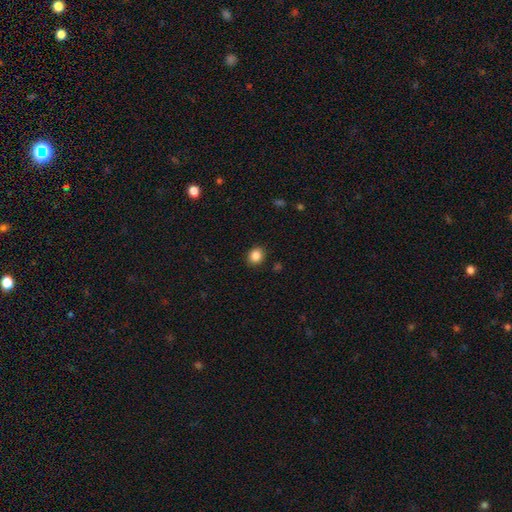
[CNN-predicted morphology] Q: Smooth or featured?
A: smooth (86%); runner-up: star or artifact (10%)
Q: How rounded?
A: round (73%); runner-up: in between (26%)
Q: Merging?
A: none (90%); runner-up: minor disturbance (7%)